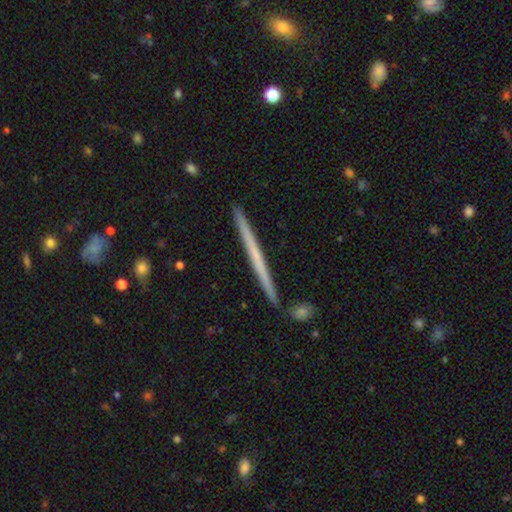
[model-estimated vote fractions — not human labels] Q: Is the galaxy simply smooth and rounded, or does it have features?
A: featured or disk — 55%.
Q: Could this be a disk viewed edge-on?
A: yes — 98%.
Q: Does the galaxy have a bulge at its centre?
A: none — 89%.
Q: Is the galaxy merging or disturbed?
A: none — 91%.